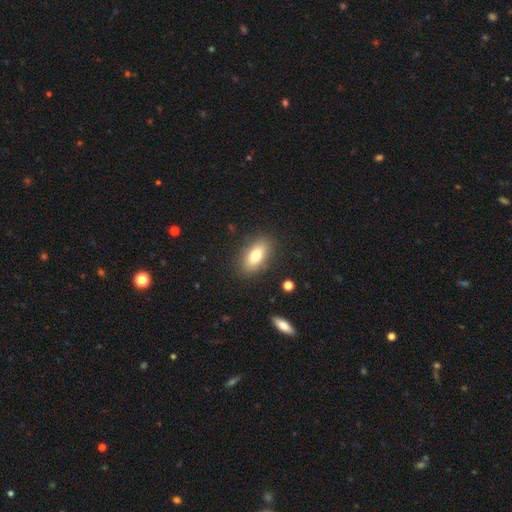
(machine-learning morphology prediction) Smooth or featured: smooth — 76% (featured or disk — 16%)
How rounded: in between — 86% (cigar-shaped — 8%)
Merging: none — 86% (minor disturbance — 9%)